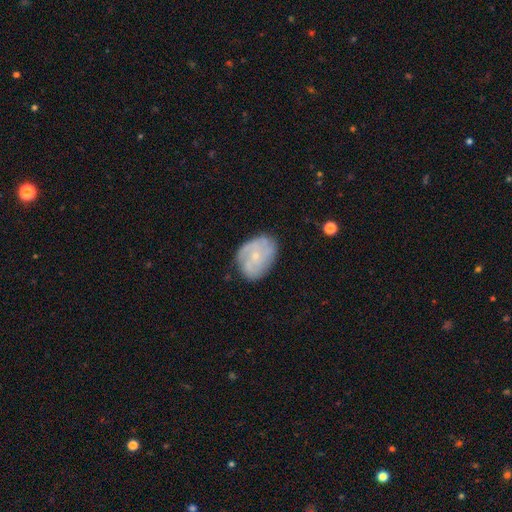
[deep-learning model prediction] This is likely a featured or disk galaxy (67%). It is clearly not viewed edge-on (97%). Bar: likely no (76%). Spiral arm pattern: clearly yes (85%). Spiral arm count: marginally can't tell (35%). Spiral winding: possibly tight (49%). Central bulge: likely small (75%). Merging: likely none (71%).